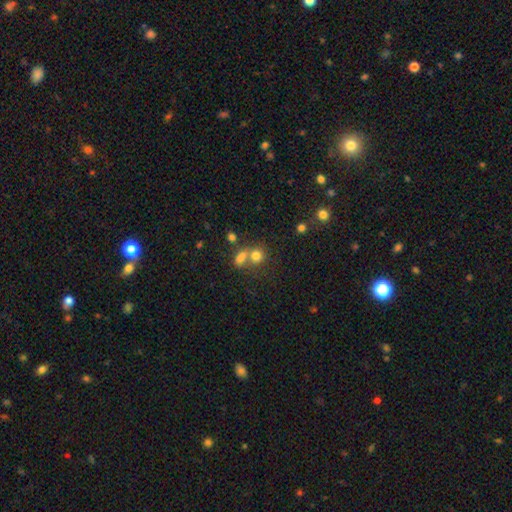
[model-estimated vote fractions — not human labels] A smooth galaxy with no disk features (76%) that is round (69%). Merging: merger (45%).